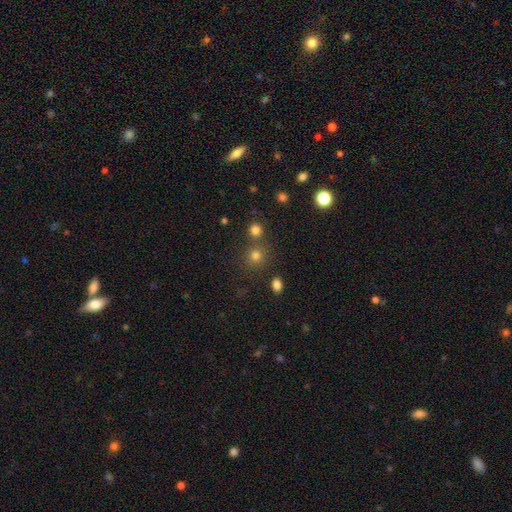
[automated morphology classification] Smooth or featured? smooth (77%)
How rounded? round (85%)
Merging? none (71%)